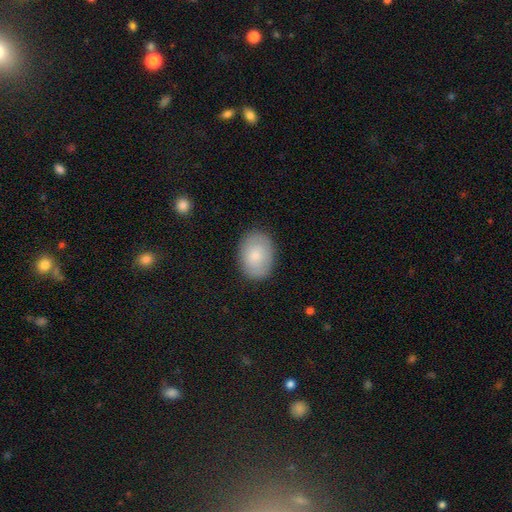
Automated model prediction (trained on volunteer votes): Overall: smooth (74%). How rounded: in between (76%). Merging: none (85%).